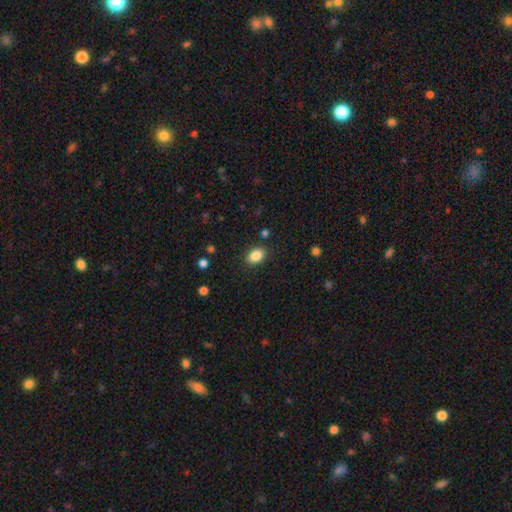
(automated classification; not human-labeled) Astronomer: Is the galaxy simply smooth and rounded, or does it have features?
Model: smooth — 86%.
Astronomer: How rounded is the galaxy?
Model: in between — 82%.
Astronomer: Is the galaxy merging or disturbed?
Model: none — 87%.